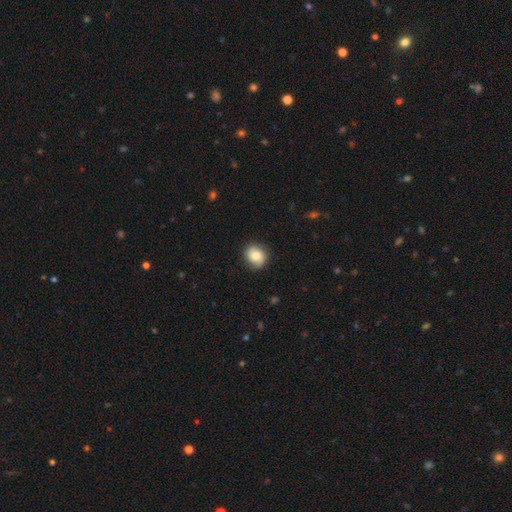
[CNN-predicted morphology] The model was most divided on "how rounded": round: 67%, in between: 32%, cigar-shaped: 1%. More confident: merging — none (82%); smooth or featured — smooth (78%).